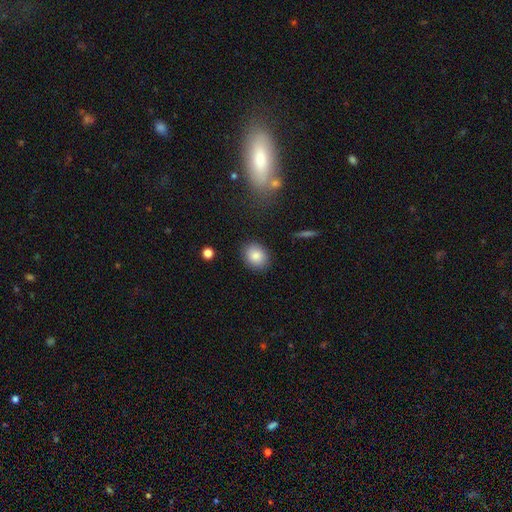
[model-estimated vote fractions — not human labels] smooth 84%, star or artifact 8%, featured or disk 7%. Down the decision tree: how rounded — round (52%); merging — none (86%).